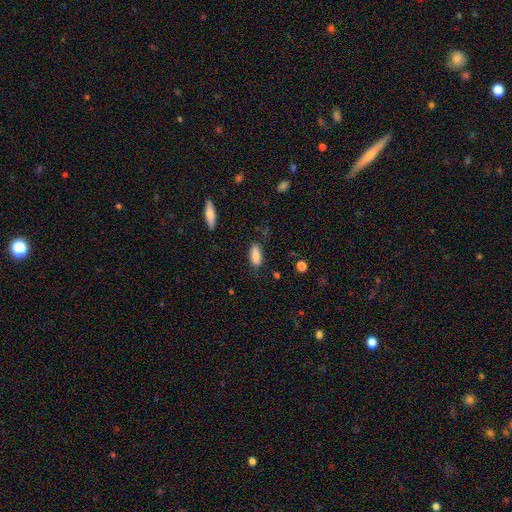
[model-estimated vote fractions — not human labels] A smooth galaxy with no disk features (87%) that is in between round and cigar-shaped (77%).

Vote fractions:
- Smooth or featured? smooth: 87% / star or artifact: 7% / featured or disk: 6%
- How rounded? in between: 77% / cigar-shaped: 21% / round: 2%
- Merging? none: 80% / minor disturbance: 15% / major disturbance: 3% / merger: 2%